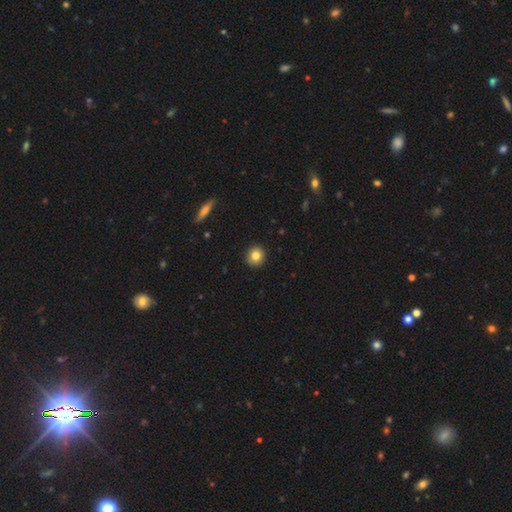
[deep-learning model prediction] smooth 82%, star or artifact 10%, featured or disk 9%. Down the decision tree: how rounded — round (92%); merging — none (92%).